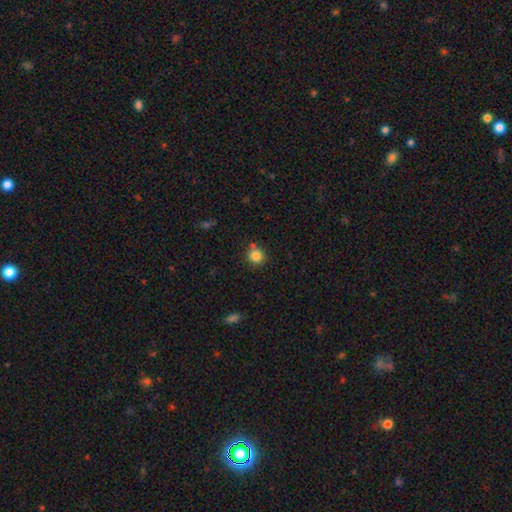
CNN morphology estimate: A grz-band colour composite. It shows a smooth galaxy with no disk features (83%) that is round (90%). Merging: none (77%).